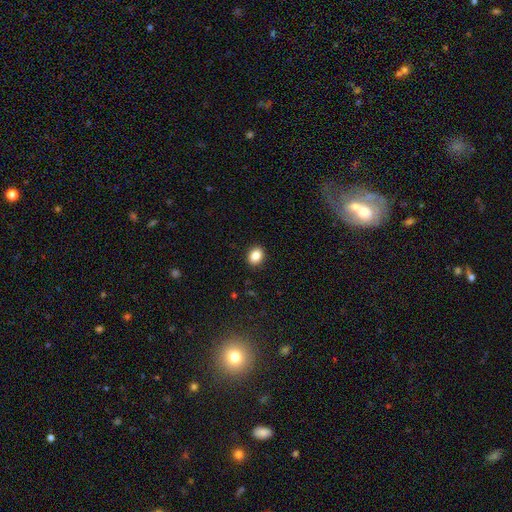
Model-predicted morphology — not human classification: smooth-or-featured: smooth: 87% | star or artifact: 9% | featured or disk: 4%
  how-rounded: in between: 53% | round: 46% | cigar-shaped: 1%
  merging: none: 90% | minor disturbance: 7% | major disturbance: 2% | merger: 1%